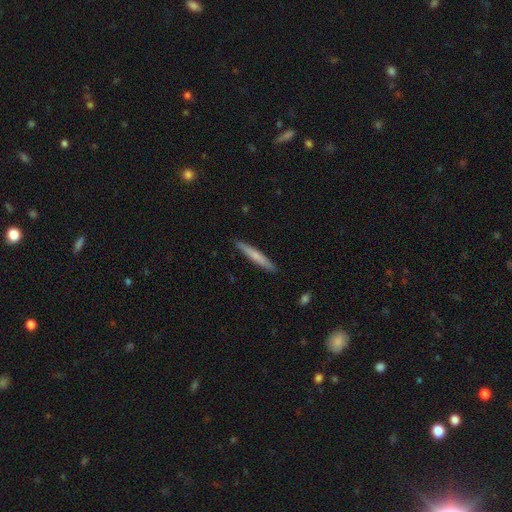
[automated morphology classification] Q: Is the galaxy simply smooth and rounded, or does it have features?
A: smooth — 68%.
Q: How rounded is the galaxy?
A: cigar-shaped — 95%.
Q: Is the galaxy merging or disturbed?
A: none — 90%.